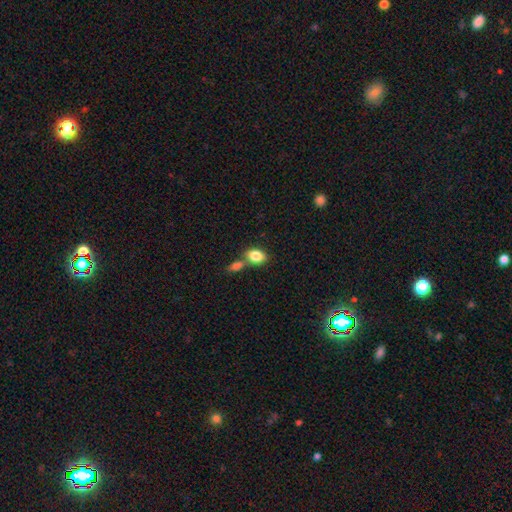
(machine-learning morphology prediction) Q: Smooth or featured?
A: smooth (84%); runner-up: featured or disk (8%)
Q: How rounded?
A: in between (80%); runner-up: round (18%)
Q: Merging?
A: none (45%); runner-up: merger (40%)